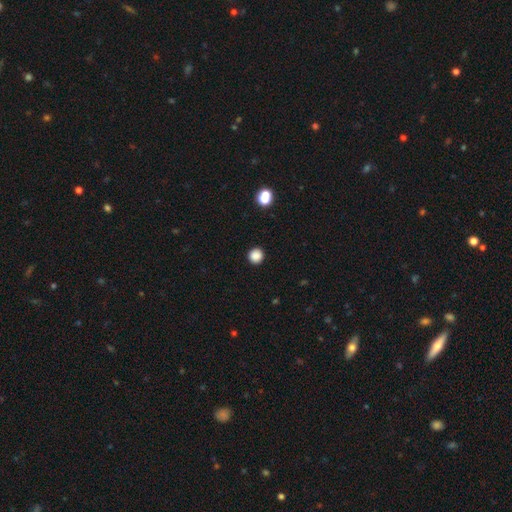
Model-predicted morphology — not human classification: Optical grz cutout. It shows a smooth galaxy with no disk features (86%) that is round (95%). Merging: none (93%).